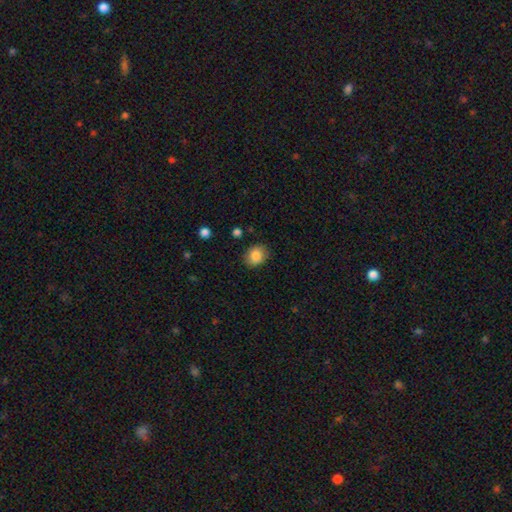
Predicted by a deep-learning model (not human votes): Overall: smooth (85%). How rounded: round (58%; in between 42%). Merging: none (85%).